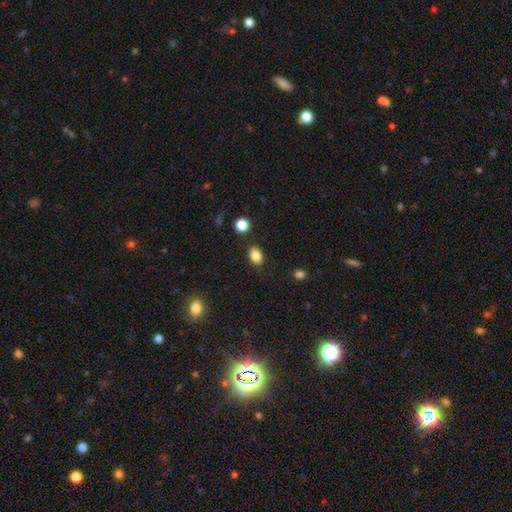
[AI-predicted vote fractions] Smooth or featured? Predicted: smooth (p=0.84). How rounded? Predicted: in between (p=0.78). Merging? Predicted: none (p=0.85).